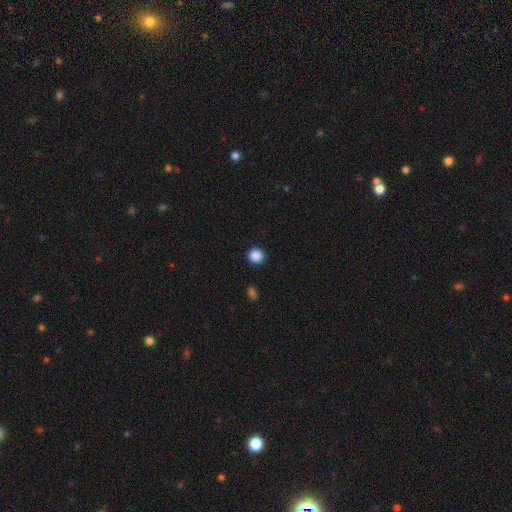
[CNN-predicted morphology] This appears to be a smooth galaxy with no disk features (88%) that is round (95%). Merging: none (93%).